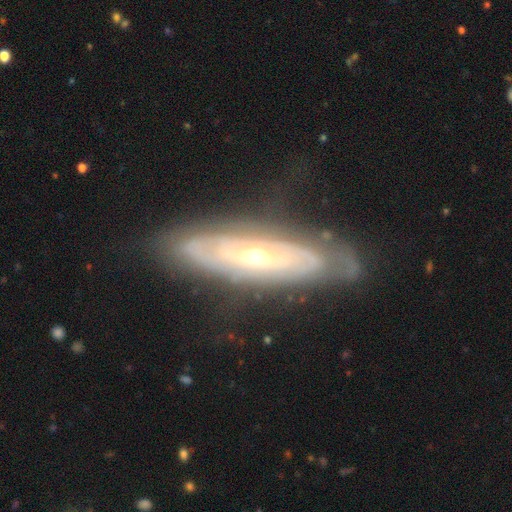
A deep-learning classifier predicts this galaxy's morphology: Smooth or featured?
  - featured or disk: 79% *
  - smooth: 15%
  - star or artifact: 6%
Edge-on disk?
  - no: 72% *
  - yes: 28%
Bar?
  - no: 71% *
  - weak: 20%
  - strong: 9%
Spiral arms?
  - yes: 74% *
  - no: 26%
Bulge size?
  - small: 66% *
  - moderate: 30%
  - large: 2%
  - none: 1%
  - dominant: 1%
Merging?
  - none: 73% *
  - minor disturbance: 18%
  - major disturbance: 7%
  - merger: 2%